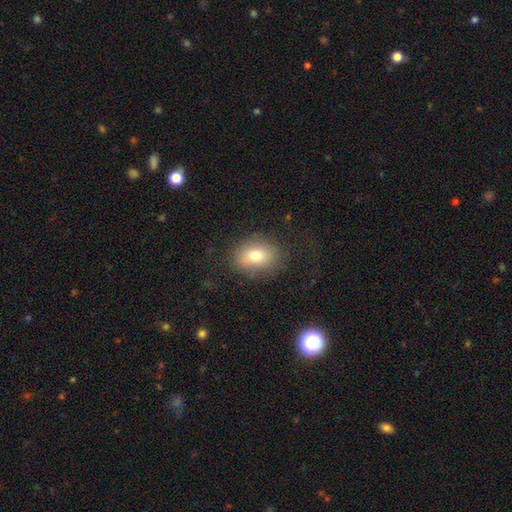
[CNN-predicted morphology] smooth 76%, featured or disk 14%, star or artifact 10%. Down the decision tree: how rounded — in between (66%); merging — none (78%).